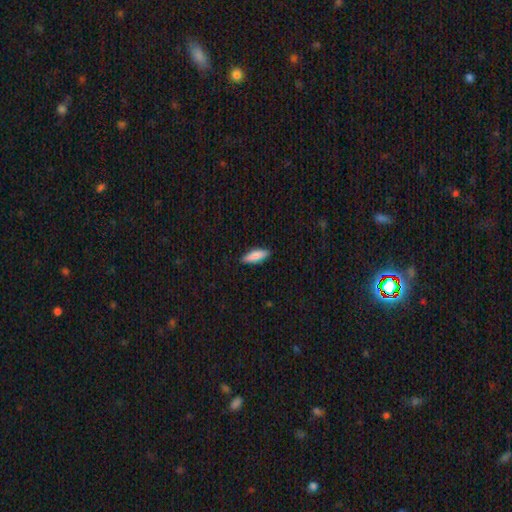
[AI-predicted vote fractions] smooth-or-featured: smooth: 84% | featured or disk: 10% | star or artifact: 6%
  how-rounded: cigar-shaped: 54% | in between: 44% | round: 2%
  merging: none: 88% | minor disturbance: 9% | major disturbance: 2% | merger: 1%